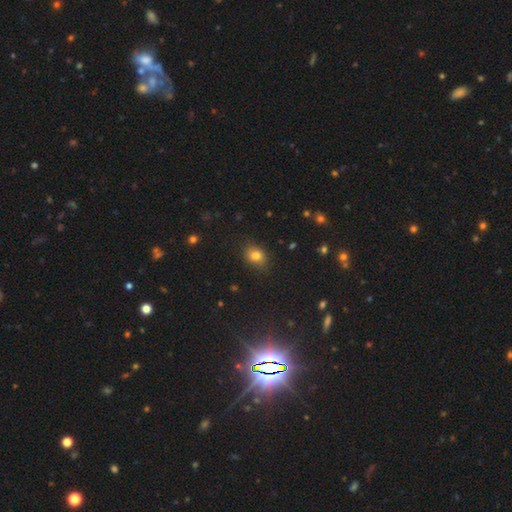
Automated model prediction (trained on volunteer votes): Smooth or featured?
  - smooth: 79% *
  - star or artifact: 13%
  - featured or disk: 8%
How rounded?
  - in between: 55% *
  - round: 44%
  - cigar-shaped: 1%
Merging?
  - none: 79% *
  - minor disturbance: 16%
  - major disturbance: 4%
  - merger: 2%